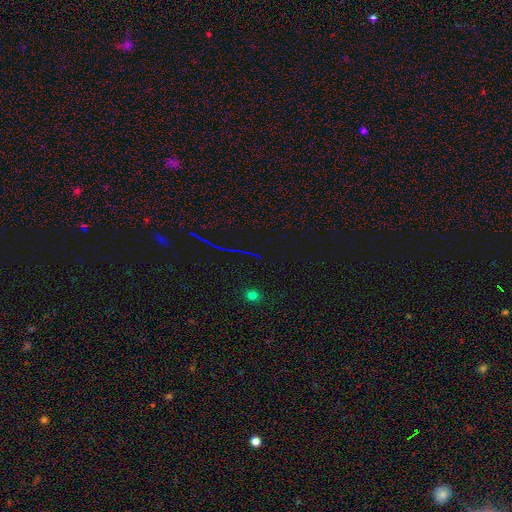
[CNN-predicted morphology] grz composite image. It shows a star or artifact, not a galaxy (67%).